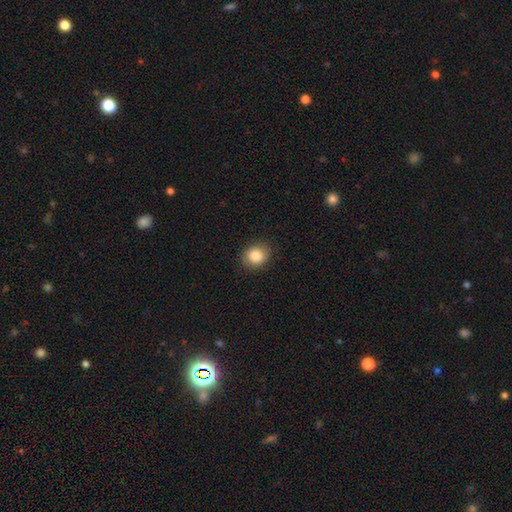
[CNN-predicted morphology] Smooth or featured?
  - smooth: 85% *
  - star or artifact: 9%
  - featured or disk: 7%
How rounded?
  - round: 65% *
  - in between: 35%
  - cigar-shaped: 1%
Merging?
  - none: 88% *
  - minor disturbance: 9%
  - major disturbance: 2%
  - merger: 1%